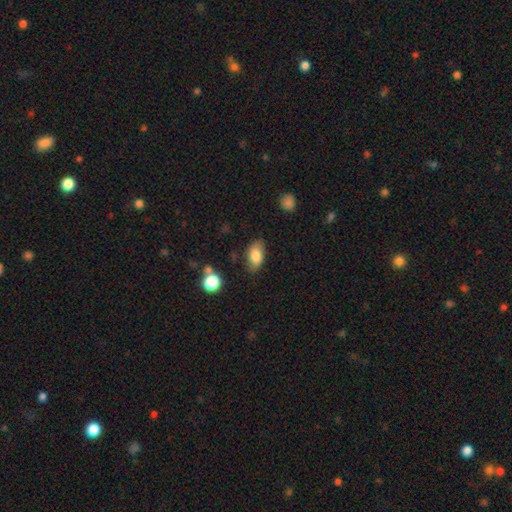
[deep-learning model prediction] Smooth or featured: smooth — 79% (featured or disk — 14%)
How rounded: in between — 91% (round — 6%)
Merging: none — 75% (minor disturbance — 19%)